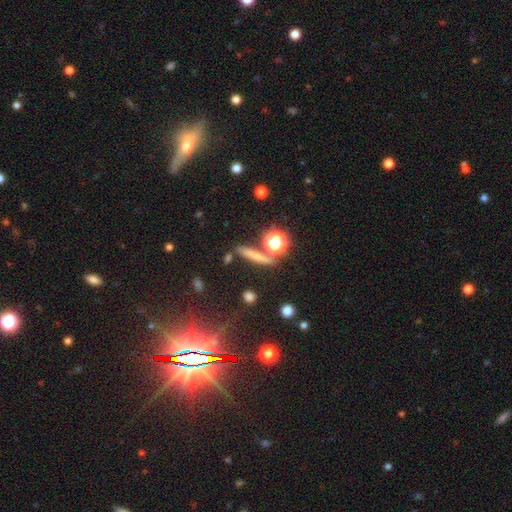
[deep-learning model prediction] Smooth or featured? smooth (59%)
How rounded? cigar-shaped (74%)
Merging? none (78%)